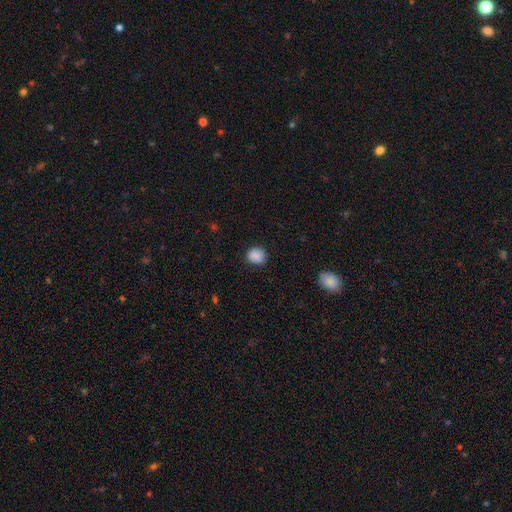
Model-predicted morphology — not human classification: Smooth or featured? Predicted: smooth (p=0.88). How rounded? Predicted: round (p=0.80). Merging? Predicted: none (p=0.86).